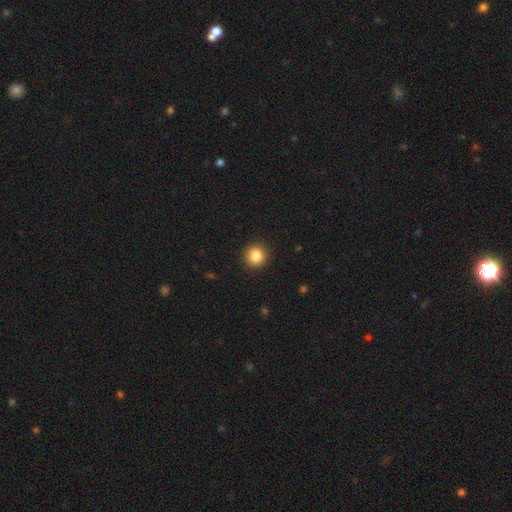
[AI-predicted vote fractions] smooth-or-featured: smooth: 85% | star or artifact: 10% | featured or disk: 5%
  how-rounded: round: 94% | in between: 5% | cigar-shaped: 1%
  merging: none: 92% | minor disturbance: 5% | major disturbance: 2% | merger: 1%